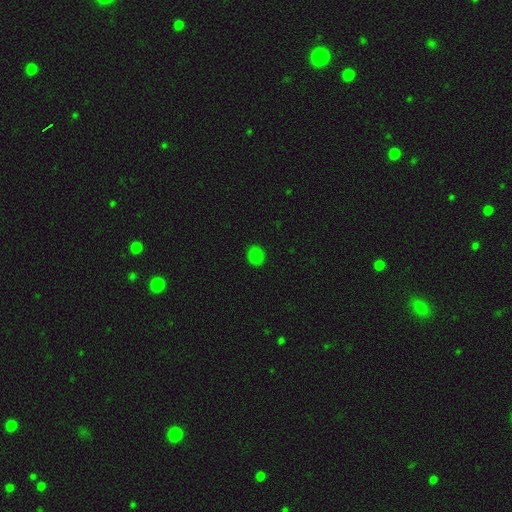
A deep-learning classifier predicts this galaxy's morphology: Q: Smooth or featured?
A: smooth (82%); runner-up: star or artifact (14%)
Q: How rounded?
A: round (78%); runner-up: in between (21%)
Q: Merging?
A: none (90%); runner-up: minor disturbance (7%)